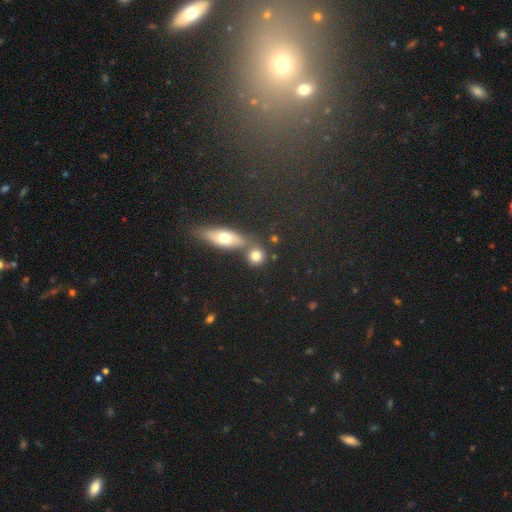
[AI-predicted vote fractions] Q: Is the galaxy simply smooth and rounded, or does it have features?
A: smooth — 78%.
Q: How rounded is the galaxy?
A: round — 77%.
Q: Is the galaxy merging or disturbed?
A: none — 65%.